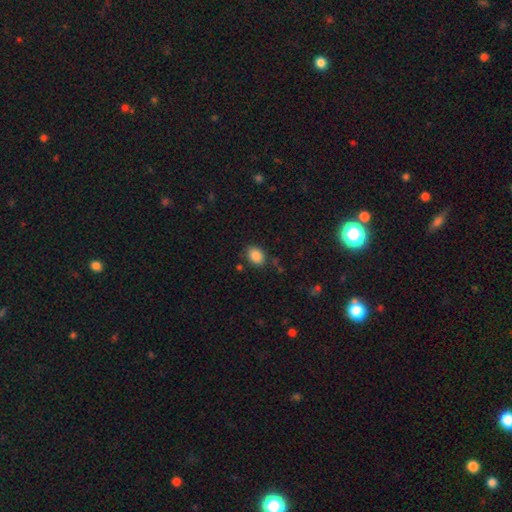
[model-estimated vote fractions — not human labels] A smooth galaxy with no disk features (87%) that is in between round and cigar-shaped (71%). Merging: none (82%).